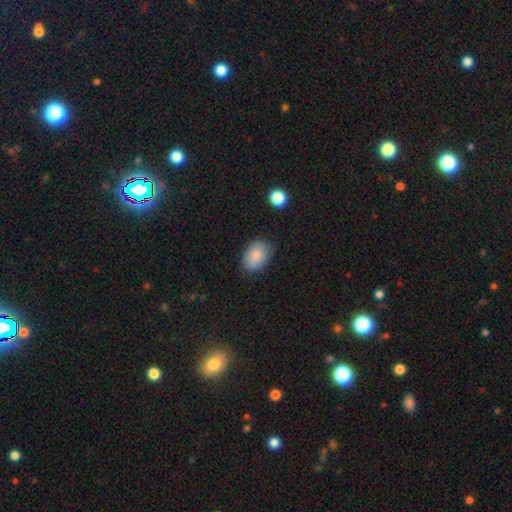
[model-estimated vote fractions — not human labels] Smooth or featured: smooth — 85% (featured or disk — 8%)
How rounded: in between — 85% (round — 14%)
Merging: none — 75% (minor disturbance — 19%)